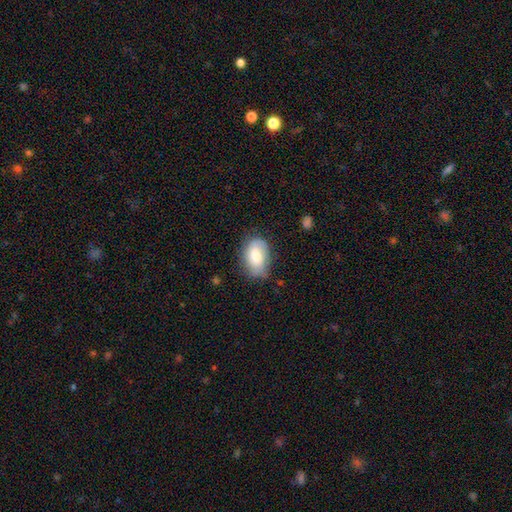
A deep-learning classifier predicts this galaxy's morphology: This appears to be a smooth galaxy with no disk features (64%) that is in between round and cigar-shaped (88%). Merging: none (67%).